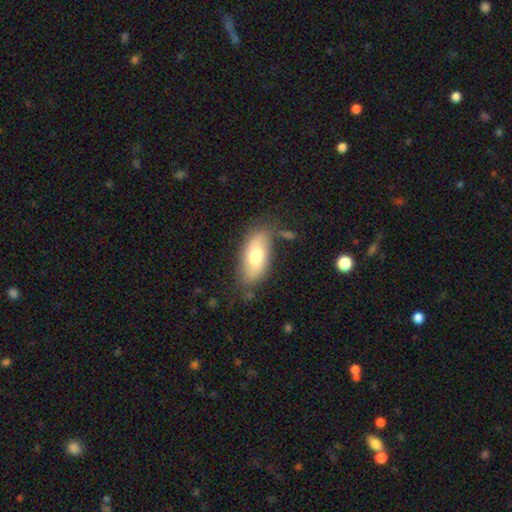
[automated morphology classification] This appears to be a smooth galaxy with no disk features (68%) that is in between round and cigar-shaped (90%). Merging: none (74%).